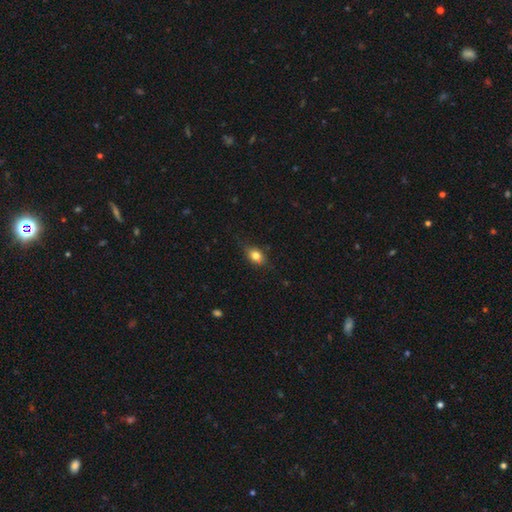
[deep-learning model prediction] This appears to be a smooth galaxy with no disk features (80%) that is in between round and cigar-shaped (73%). Merging: none (76%).